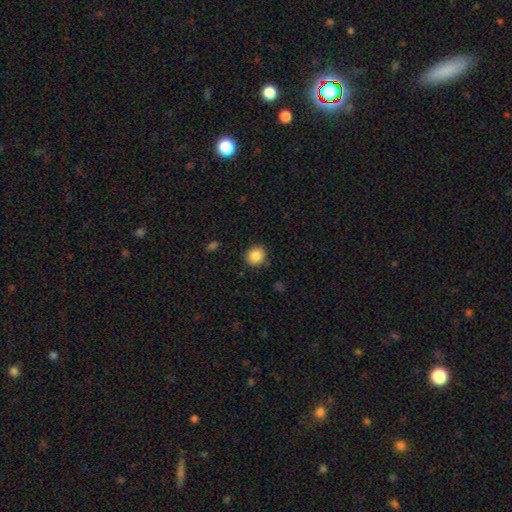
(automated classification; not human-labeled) smooth 86%, star or artifact 9%, featured or disk 5%. Down the decision tree: how rounded — round (84%); merging — none (88%).